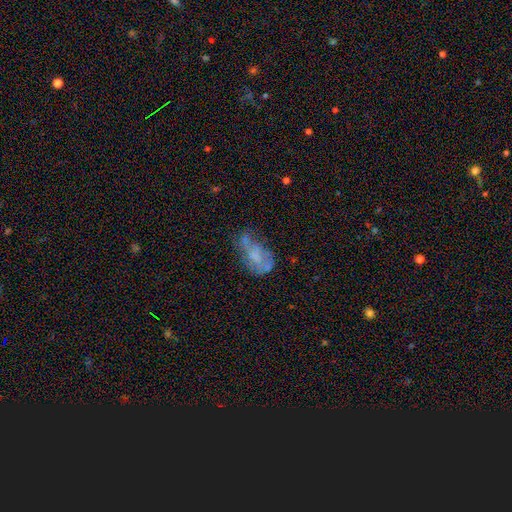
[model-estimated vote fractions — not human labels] Q: Smooth or featured?
A: featured or disk (48%); runner-up: smooth (41%)
Q: Merging?
A: none (32%); runner-up: major disturbance (30%)